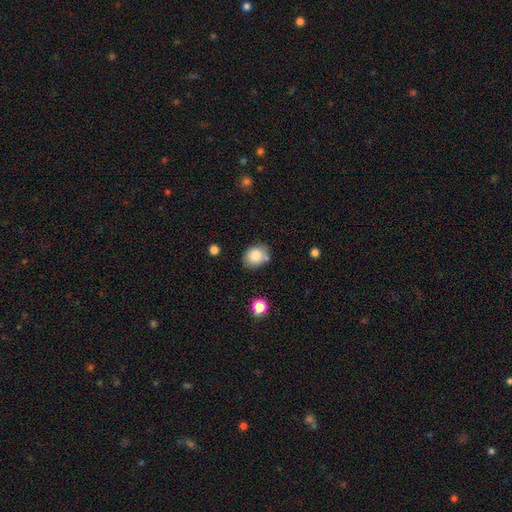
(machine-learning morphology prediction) The model was most divided on "how rounded": round: 56%, in between: 43%, cigar-shaped: 1%. More confident: smooth or featured — smooth (85%); merging — none (68%).